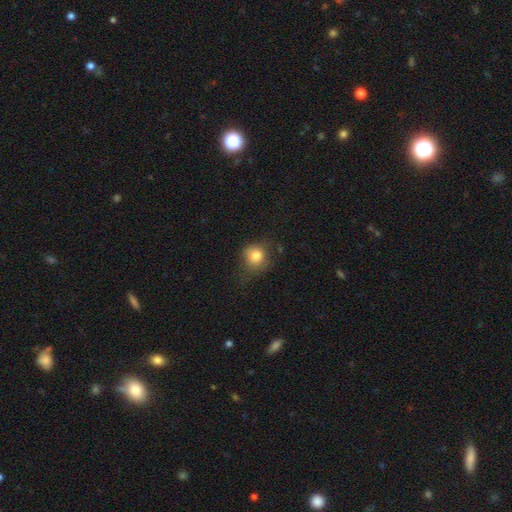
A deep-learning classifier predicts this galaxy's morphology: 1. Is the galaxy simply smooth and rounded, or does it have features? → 80% smooth, 11% star or artifact, 9% featured or disk.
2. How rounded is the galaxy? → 78% round, 21% in between, 1% cigar-shaped.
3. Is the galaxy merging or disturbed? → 58% none, 28% minor disturbance, 12% major disturbance, 2% merger.